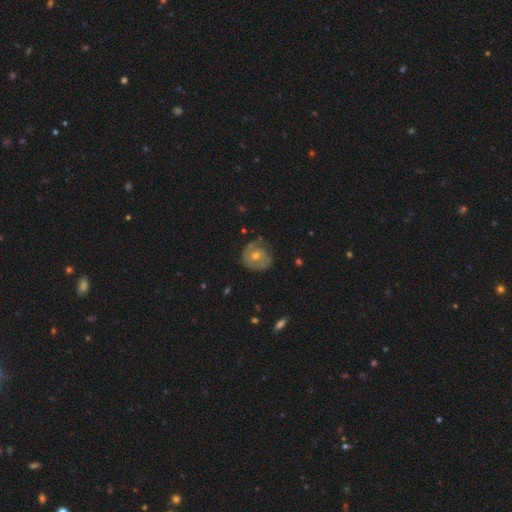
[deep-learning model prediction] Q: Smooth or featured?
A: featured or disk (57%); runner-up: smooth (33%)
Q: Edge-on disk?
A: no (96%); runner-up: yes (4%)
Q: Bar?
A: no (83%); runner-up: weak (14%)
Q: Spiral arms?
A: yes (67%); runner-up: no (33%)
Q: Bulge size?
A: moderate (56%); runner-up: small (40%)
Q: Merging?
A: none (69%); runner-up: minor disturbance (22%)